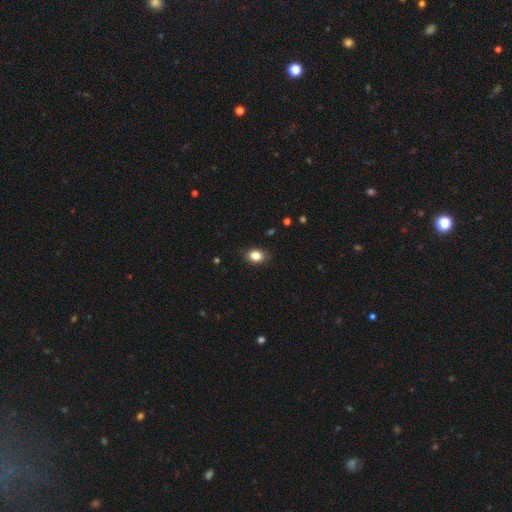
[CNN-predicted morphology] This is clearly a smooth galaxy (84%). How rounded: possibly in between (57%). Merging: clearly none (86%).